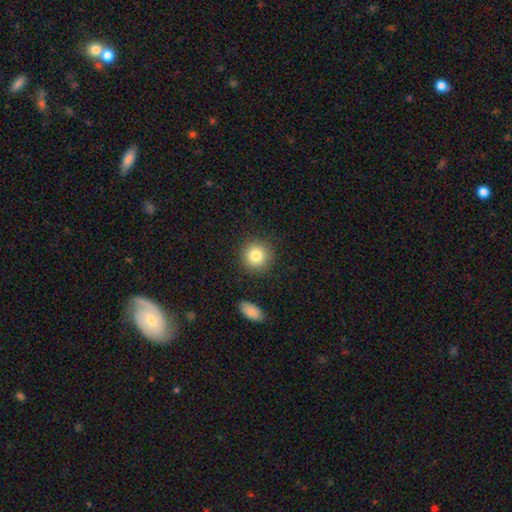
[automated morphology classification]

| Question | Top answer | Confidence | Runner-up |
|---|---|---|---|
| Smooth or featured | smooth | 82% | star or artifact (9%) |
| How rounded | round | 92% | in between (7%) |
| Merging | none | 88% | minor disturbance (7%) |